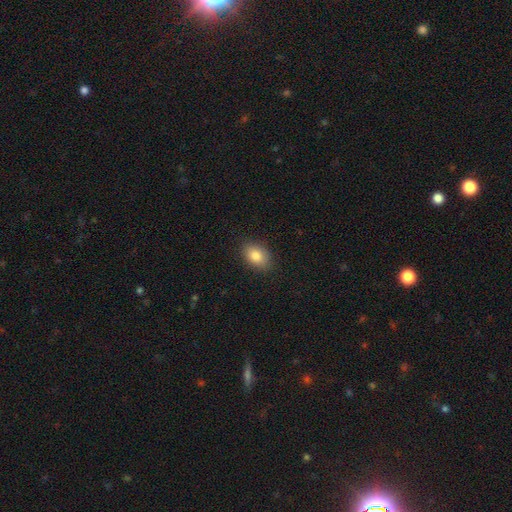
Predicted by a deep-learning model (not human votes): Smooth or featured? smooth (84%)
How rounded? in between (83%)
Merging? none (87%)